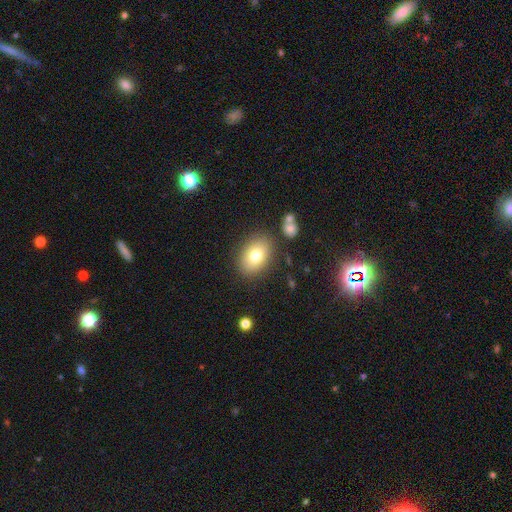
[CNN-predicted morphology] This is likely a smooth galaxy (77%). How rounded: likely in between (78%). Merging: clearly none (83%).